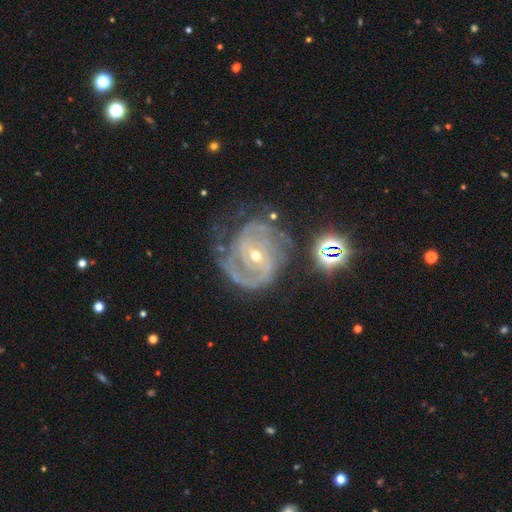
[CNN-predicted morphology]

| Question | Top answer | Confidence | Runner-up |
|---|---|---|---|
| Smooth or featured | featured or disk | 89% | star or artifact (7%) |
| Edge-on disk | no | 98% | yes (2%) |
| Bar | weak | 44% | no (38%) |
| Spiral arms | yes | 97% | no (3%) |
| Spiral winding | tight | 53% | medium (39%) |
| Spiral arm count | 2 | 54% | 3 (17%) |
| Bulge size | small | 61% | moderate (36%) |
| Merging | none | 60% | minor disturbance (23%) |